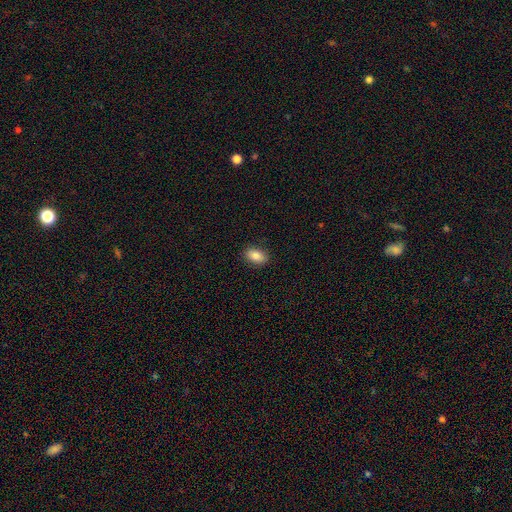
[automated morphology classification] A smooth galaxy with no disk features (84%) that is in between round and cigar-shaped (87%). Merging: none (89%).